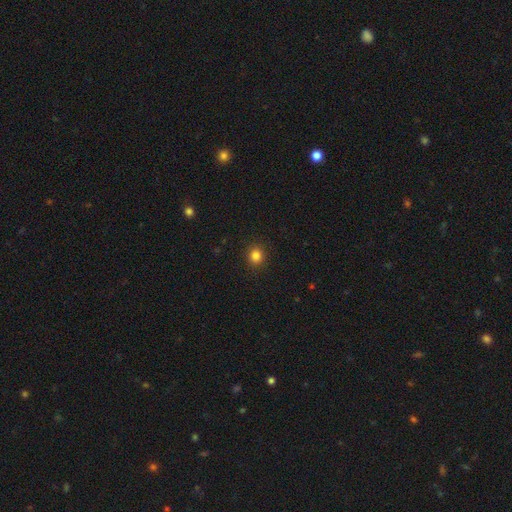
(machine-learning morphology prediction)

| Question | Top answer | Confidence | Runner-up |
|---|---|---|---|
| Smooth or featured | smooth | 84% | star or artifact (12%) |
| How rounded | round | 88% | in between (11%) |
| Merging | none | 92% | minor disturbance (6%) |